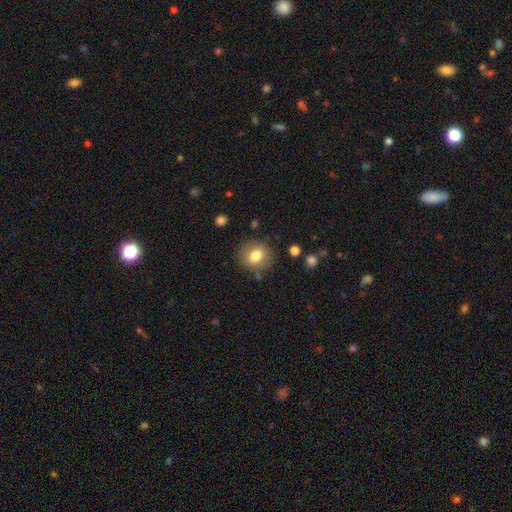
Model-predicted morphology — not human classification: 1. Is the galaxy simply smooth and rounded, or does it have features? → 78% smooth, 13% featured or disk, 9% star or artifact.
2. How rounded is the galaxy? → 69% round, 30% in between, 1% cigar-shaped.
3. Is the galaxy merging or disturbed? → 83% none, 11% minor disturbance, 4% major disturbance, 3% merger.